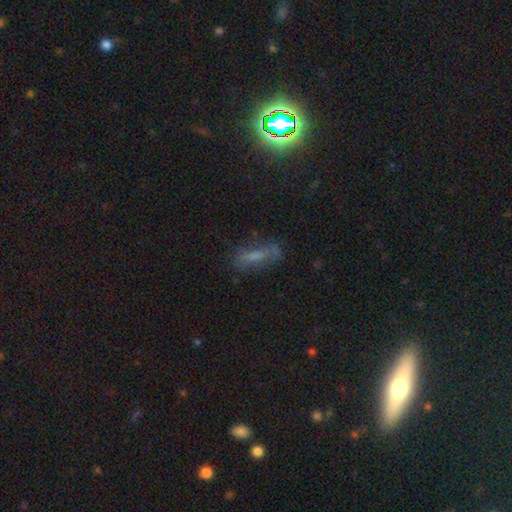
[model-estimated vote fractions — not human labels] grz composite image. It shows a smooth galaxy with no disk features (47%). Merging: none (61%).